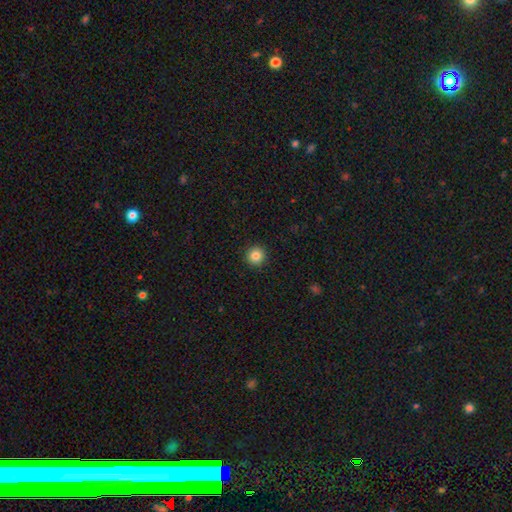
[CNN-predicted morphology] Smooth or featured?
  - smooth: 85% *
  - star or artifact: 10%
  - featured or disk: 5%
How rounded?
  - round: 96% *
  - in between: 3%
  - cigar-shaped: 1%
Merging?
  - none: 93% *
  - minor disturbance: 4%
  - major disturbance: 2%
  - merger: 1%